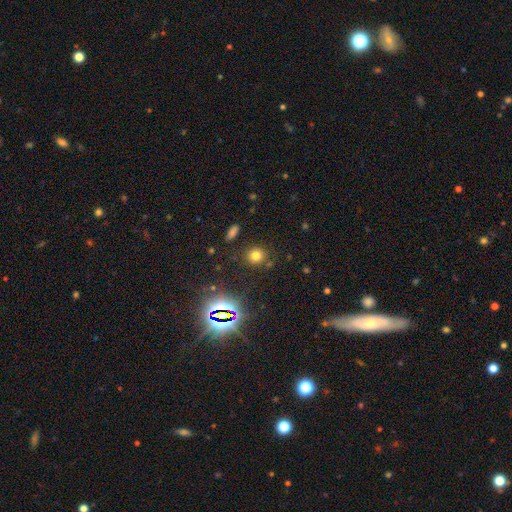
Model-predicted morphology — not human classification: type=smooth (69%); roundness=round (85%); merging=none (84%).